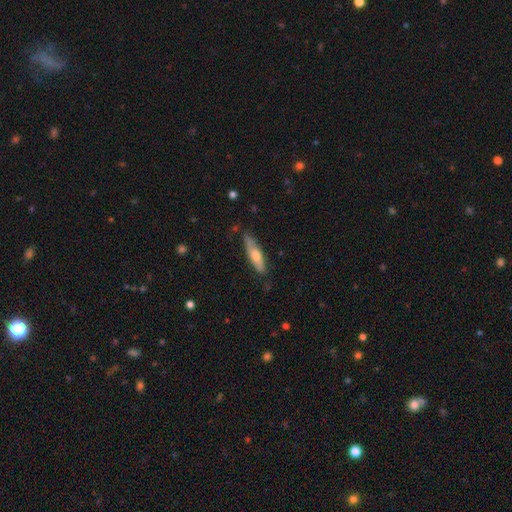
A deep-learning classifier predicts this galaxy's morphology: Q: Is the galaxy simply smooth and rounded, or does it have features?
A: smooth — 57%.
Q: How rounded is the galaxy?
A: cigar-shaped — 71%.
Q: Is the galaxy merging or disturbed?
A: none — 76%.